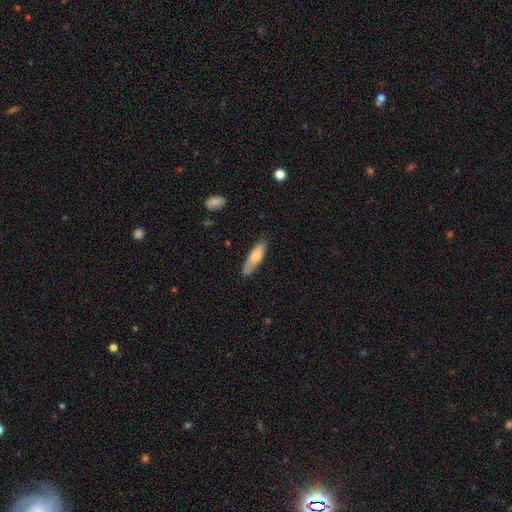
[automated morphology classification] This is likely a smooth galaxy (70%). How rounded: likely cigar-shaped (60%). Merging: likely none (74%).